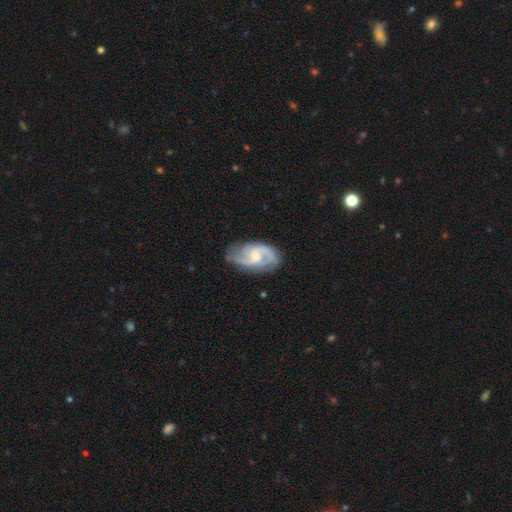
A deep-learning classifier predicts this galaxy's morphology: smooth-or-featured: featured or disk: 83% | smooth: 12% | star or artifact: 5%
  disk-edge-on: no: 97% | yes: 3%
    bar: weak: 53% | no: 36% | strong: 11%
    has-spiral-arms: yes: 95% | no: 5%
      spiral-winding: medium: 52% | loose: 29% | tight: 19%
      spiral-arm-count: 2: 81% | can't tell: 8% | 3: 6% | 1: 2% | 4: 2% | more than 4: 1%
    bulge-size: small: 52% | moderate: 38% | none: 7% | large: 3% | dominant: 1%
  merging: none: 72% | minor disturbance: 19% | major disturbance: 7% | merger: 2%